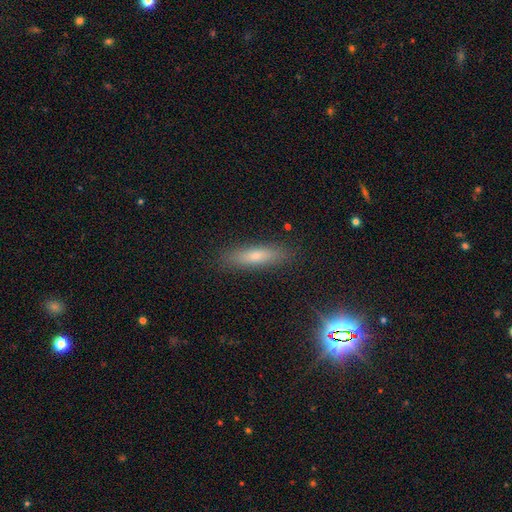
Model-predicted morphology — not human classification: Smooth or featured? smooth (63%)
How rounded? cigar-shaped (74%)
Merging? none (88%)